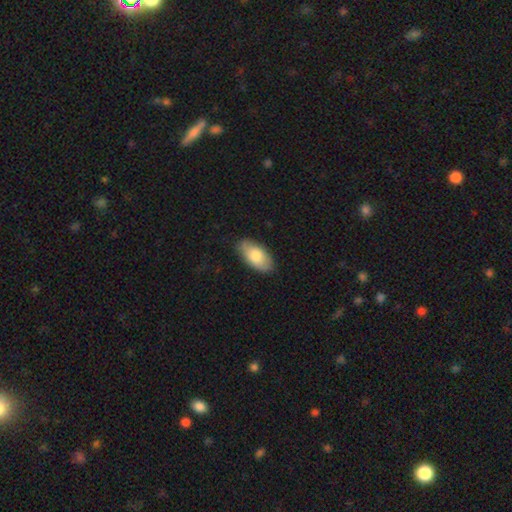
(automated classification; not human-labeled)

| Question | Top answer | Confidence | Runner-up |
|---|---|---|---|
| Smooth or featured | smooth | 76% | featured or disk (18%) |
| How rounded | in between | 94% | cigar-shaped (4%) |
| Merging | none | 82% | minor disturbance (14%) |